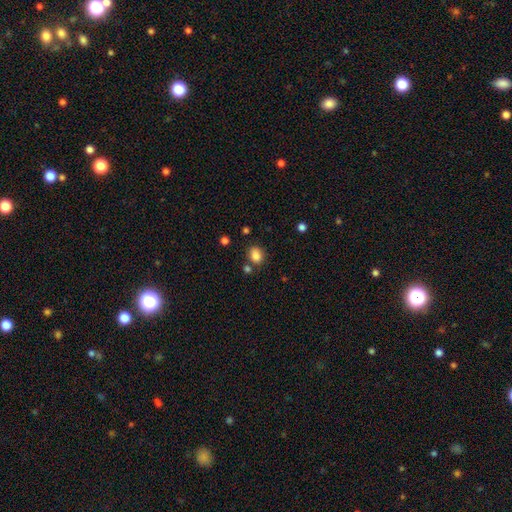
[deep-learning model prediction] This appears to be a smooth galaxy with no disk features (84%) that is round (53%). Merging: none (73%).